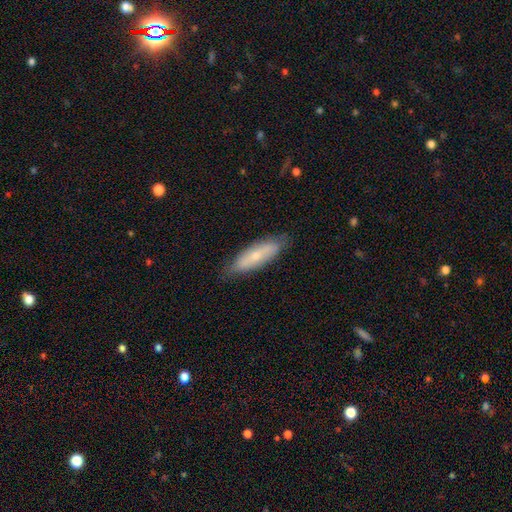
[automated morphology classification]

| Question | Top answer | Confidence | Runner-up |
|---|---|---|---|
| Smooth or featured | smooth | 58% | featured or disk (36%) |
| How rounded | cigar-shaped | 53% | in between (45%) |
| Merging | none | 81% | minor disturbance (15%) |